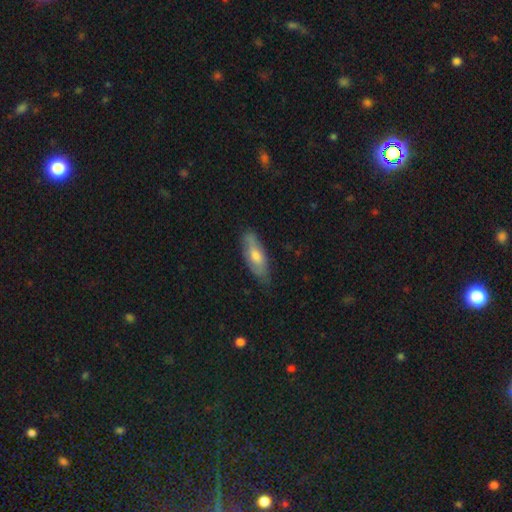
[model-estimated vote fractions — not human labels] The model was most divided on "smooth or featured": smooth: 55%, featured or disk: 39%, star or artifact: 6%. More confident: merging — none (70%); how rounded — in between (62%).